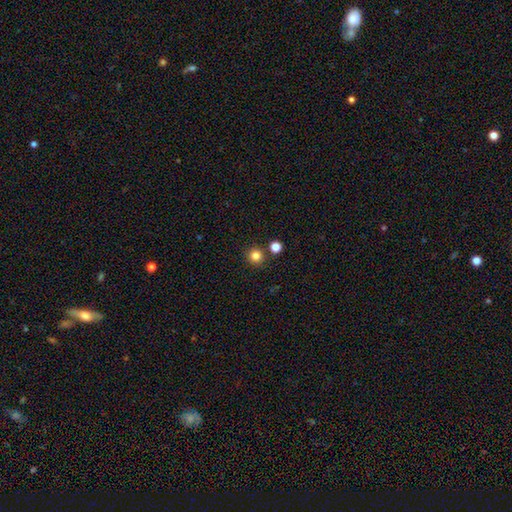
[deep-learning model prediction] A smooth galaxy with no disk features (82%) that is round (95%).

Vote fractions:
- Smooth or featured? smooth: 82% / star or artifact: 13% / featured or disk: 4%
- How rounded? round: 95% / in between: 4% / cigar-shaped: 1%
- Merging? none: 86% / merger: 6% / minor disturbance: 6% / major disturbance: 2%